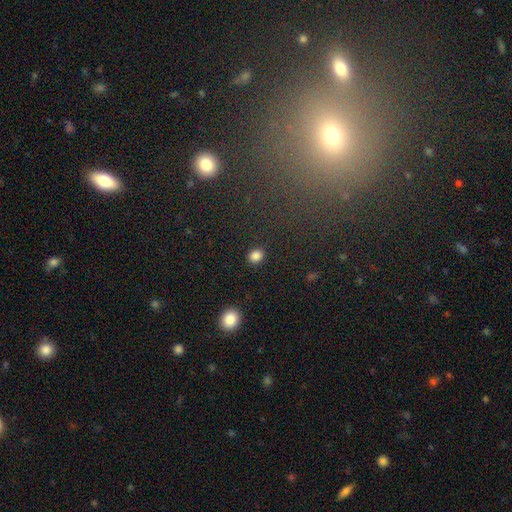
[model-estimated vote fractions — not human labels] The model was most divided on "how rounded": round: 66%, in between: 33%, cigar-shaped: 1%. More confident: merging — none (88%); smooth or featured — smooth (85%).